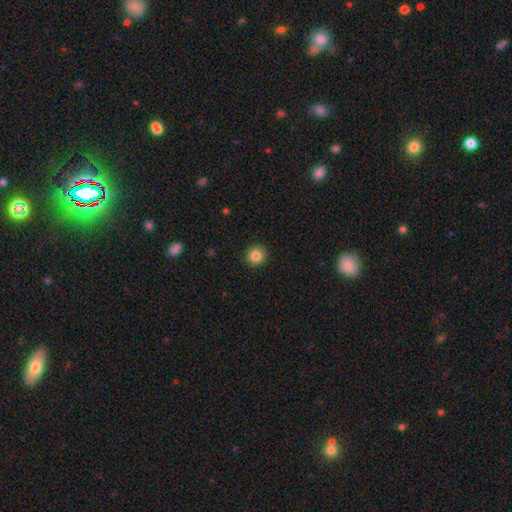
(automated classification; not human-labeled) Smooth or featured?
  - smooth: 85% *
  - star or artifact: 10%
  - featured or disk: 5%
How rounded?
  - round: 93% *
  - in between: 6%
  - cigar-shaped: 1%
Merging?
  - none: 92% *
  - minor disturbance: 5%
  - major disturbance: 2%
  - merger: 1%